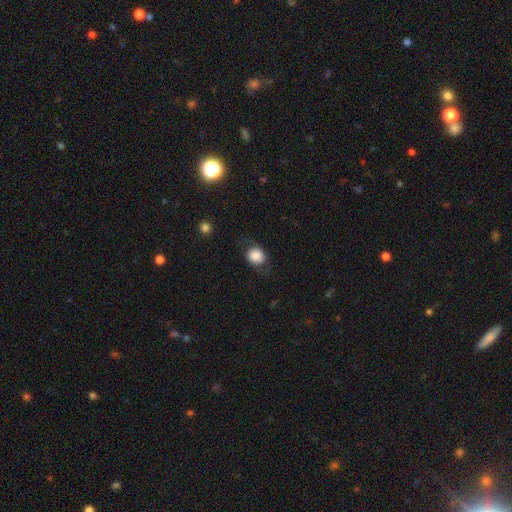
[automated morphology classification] smooth_or_featured: smooth (p=0.76) [alt: featured or disk p=0.16]
how_rounded: round (p=0.59) [alt: in between p=0.40]
merging: none (p=0.67) [alt: minor disturbance p=0.19]